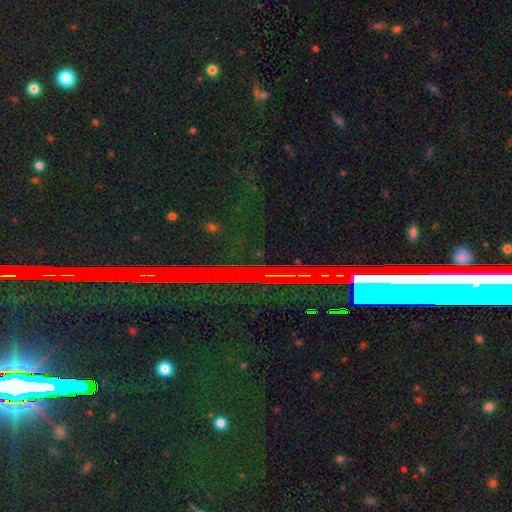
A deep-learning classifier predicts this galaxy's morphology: This appears to be a star or artifact, not a galaxy (80%).